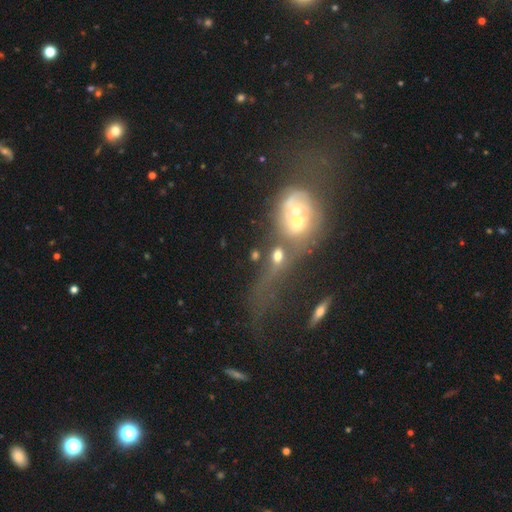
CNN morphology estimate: Smooth or featured? Predicted: smooth (p=0.40, tied with featured or disk). Merging? Predicted: merger (p=0.64).